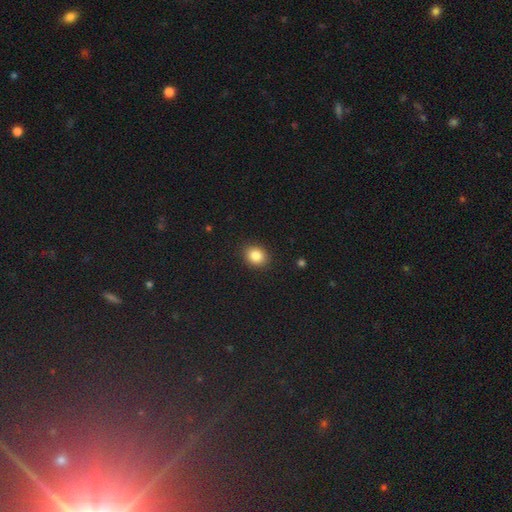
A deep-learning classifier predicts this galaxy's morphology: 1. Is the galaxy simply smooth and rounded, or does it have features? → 85% smooth, 10% star or artifact, 5% featured or disk.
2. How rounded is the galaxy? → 59% round, 40% in between, 1% cigar-shaped.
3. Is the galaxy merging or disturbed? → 90% none, 7% minor disturbance, 2% major disturbance, 1% merger.